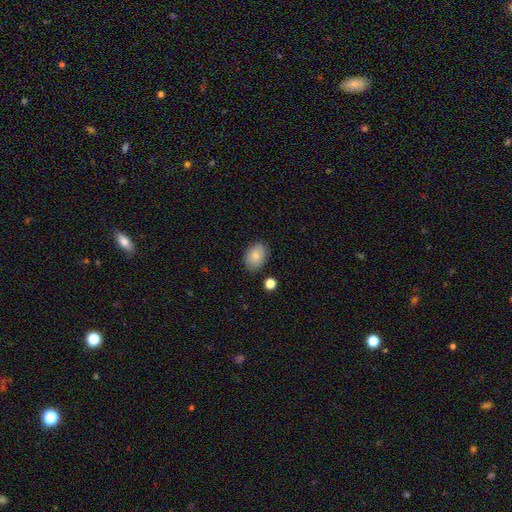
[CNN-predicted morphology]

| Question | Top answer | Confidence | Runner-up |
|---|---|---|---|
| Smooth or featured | smooth | 86% | star or artifact (7%) |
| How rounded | in between | 81% | round (18%) |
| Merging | none | 83% | minor disturbance (12%) |